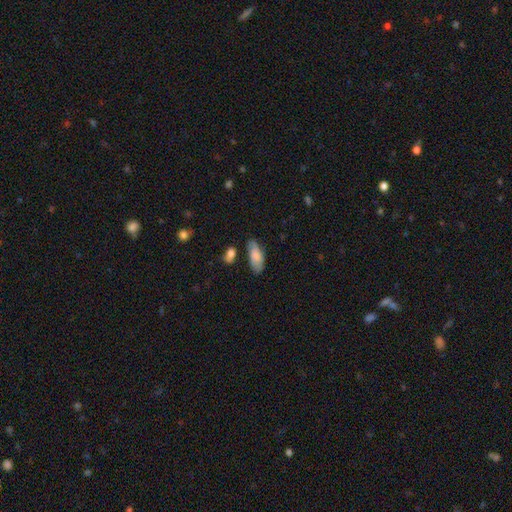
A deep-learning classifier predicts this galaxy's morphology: A smooth galaxy with no disk features (77%) that is in between round and cigar-shaped (85%).

Vote fractions:
- Smooth or featured? smooth: 77% / featured or disk: 16% / star or artifact: 7%
- How rounded? in between: 85% / cigar-shaped: 13% / round: 2%
- Merging? none: 60% / minor disturbance: 26% / major disturbance: 7% / merger: 7%